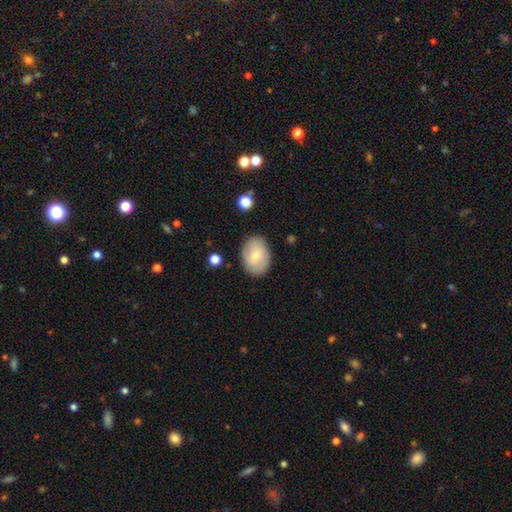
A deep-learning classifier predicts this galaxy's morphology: This is likely a smooth galaxy (70%). How rounded: likely in between (76%). Merging: clearly none (83%).